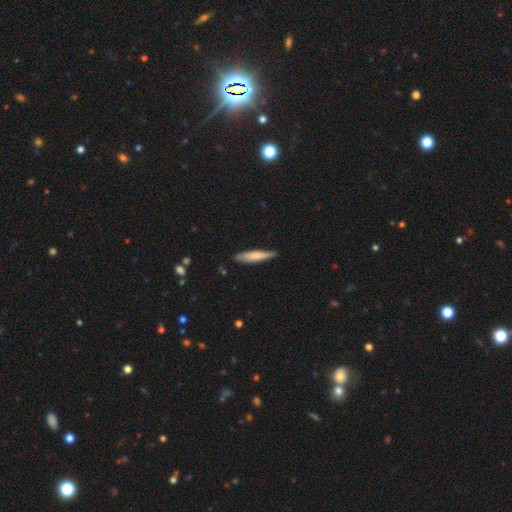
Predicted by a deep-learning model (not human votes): This is likely a smooth galaxy (71%). How rounded: clearly cigar-shaped (85%). Merging: clearly none (80%).